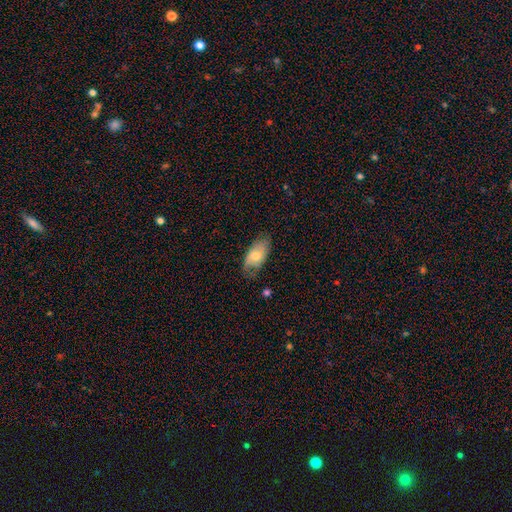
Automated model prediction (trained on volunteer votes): Smooth or featured? smooth (67%)
How rounded? in between (93%)
Merging? none (66%)